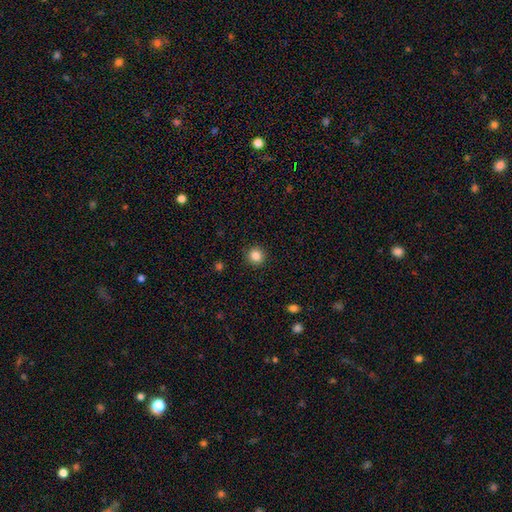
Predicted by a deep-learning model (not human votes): A smooth galaxy with no disk features (85%) that is round (92%). Merging: none (92%).